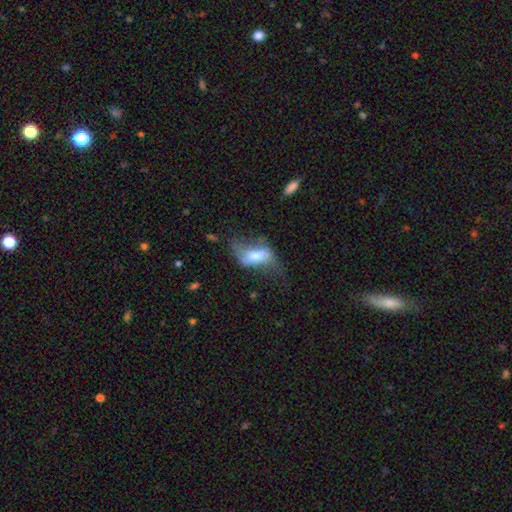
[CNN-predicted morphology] This is possibly a smooth galaxy (47%). Merging: marginally major disturbance (39%).